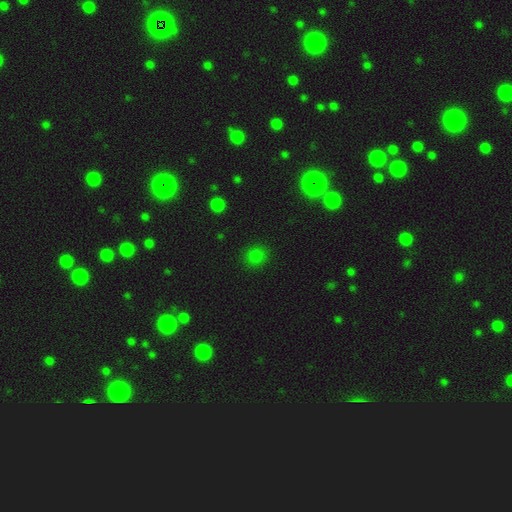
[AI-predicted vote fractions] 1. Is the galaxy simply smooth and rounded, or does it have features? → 79% smooth, 16% star or artifact, 4% featured or disk.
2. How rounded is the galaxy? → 84% round, 15% in between, 1% cigar-shaped.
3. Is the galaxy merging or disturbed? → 88% none, 8% minor disturbance, 2% major disturbance, 1% merger.